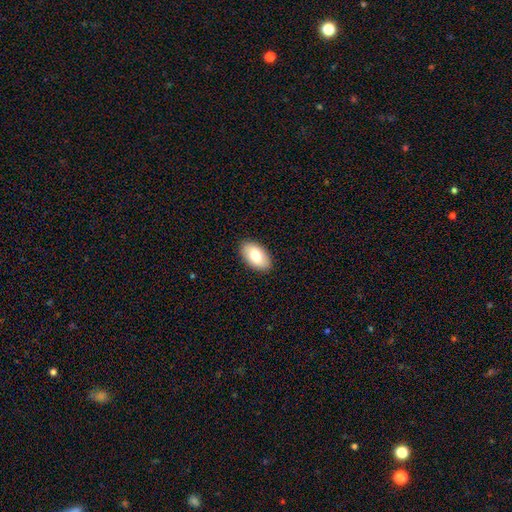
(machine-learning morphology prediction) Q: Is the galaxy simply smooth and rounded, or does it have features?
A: smooth — 76%.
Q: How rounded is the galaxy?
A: in between — 94%.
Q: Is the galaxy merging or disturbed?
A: none — 89%.